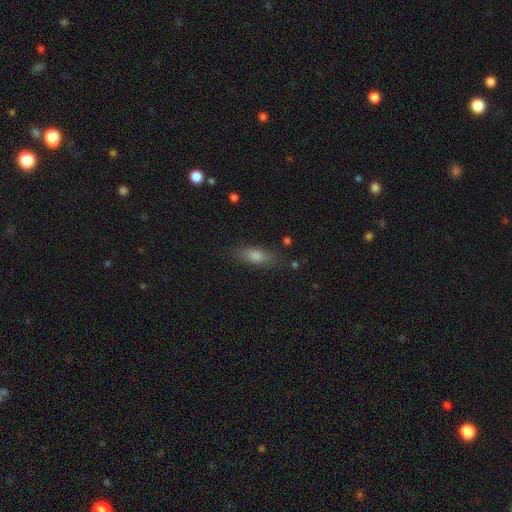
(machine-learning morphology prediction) This is likely a smooth galaxy (68%). How rounded: possibly in between (52%). Merging: clearly none (83%).